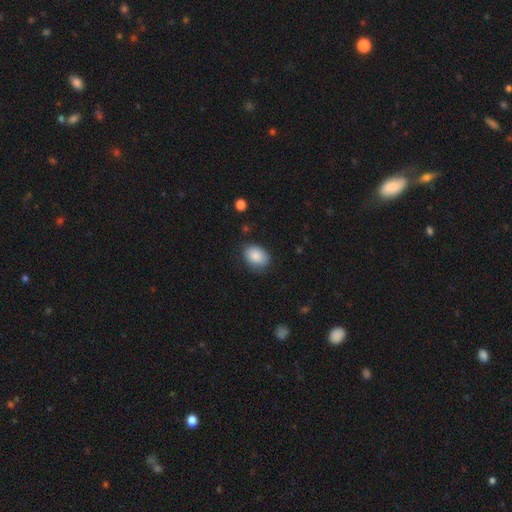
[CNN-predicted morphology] smooth_or_featured: smooth (p=0.87) [alt: star or artifact p=0.07]
how_rounded: in between (p=0.75) [alt: round p=0.24]
merging: none (p=0.79) [alt: minor disturbance p=0.16]